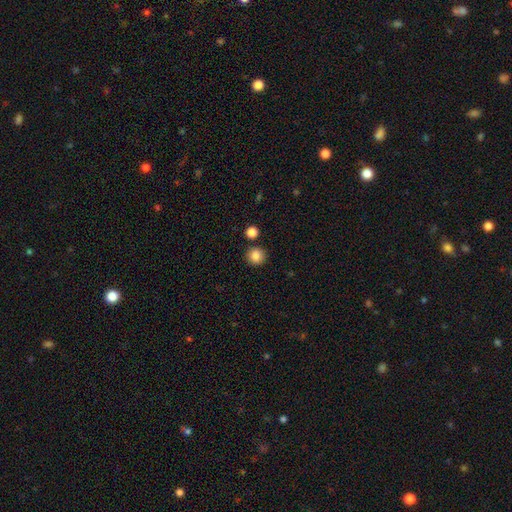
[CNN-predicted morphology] Smooth or featured? smooth (85%)
How rounded? round (93%)
Merging? none (87%)